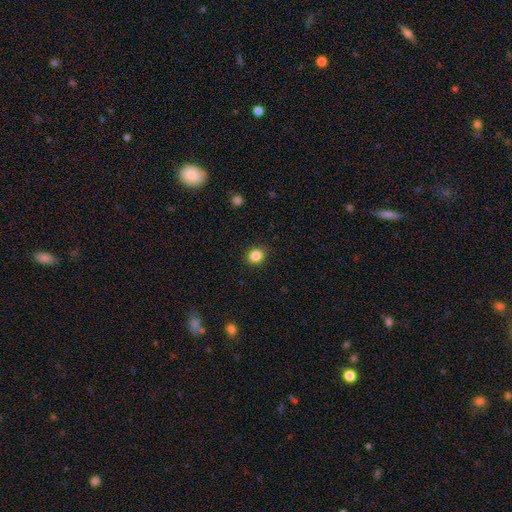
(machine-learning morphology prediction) Smooth or featured: smooth — 85% (star or artifact — 11%)
How rounded: round — 71% (in between — 29%)
Merging: none — 90% (minor disturbance — 7%)